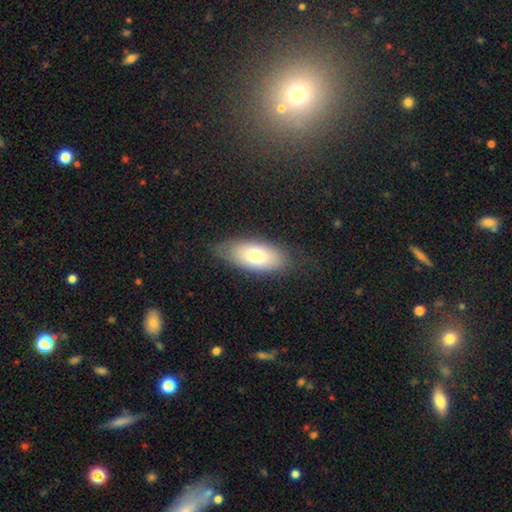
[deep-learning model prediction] This is likely a smooth galaxy (73%). How rounded: clearly in between (89%). Merging: likely none (74%).